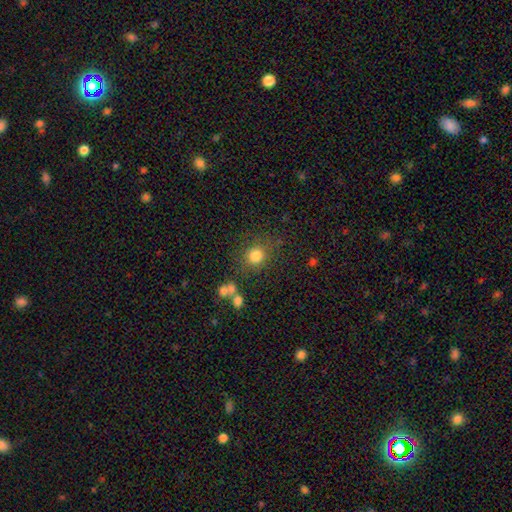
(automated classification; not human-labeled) Morphology: type=smooth (80%); roundness=round (84%); merging=none (76%).